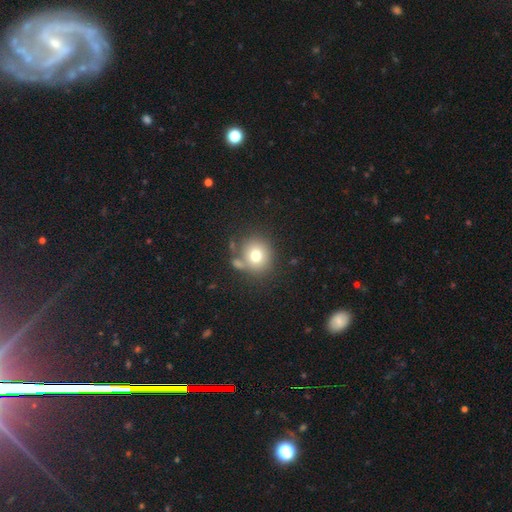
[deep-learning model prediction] Morphology: type=smooth (73%); roundness=round (84%); merging=none (65%).